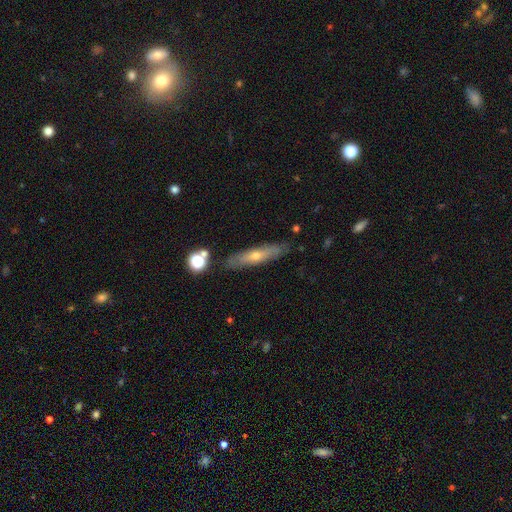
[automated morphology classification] Smooth or featured: featured or disk — 52% (smooth — 40%)
Edge-on disk: yes — 69% (no — 31%)
Merging: none — 82% (minor disturbance — 12%)